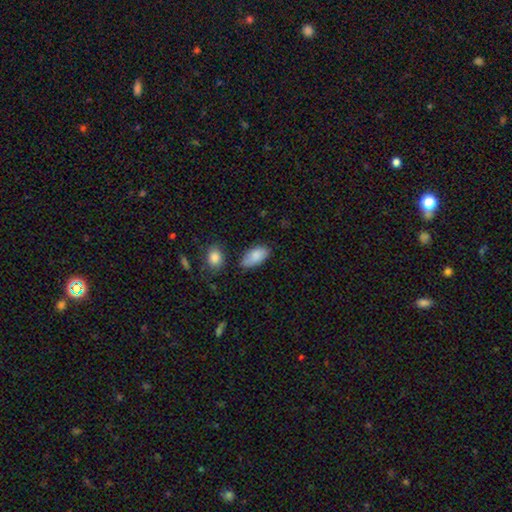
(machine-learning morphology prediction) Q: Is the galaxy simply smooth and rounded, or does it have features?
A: smooth — 85%.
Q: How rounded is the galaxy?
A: in between — 93%.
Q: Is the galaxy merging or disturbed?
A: none — 71%.